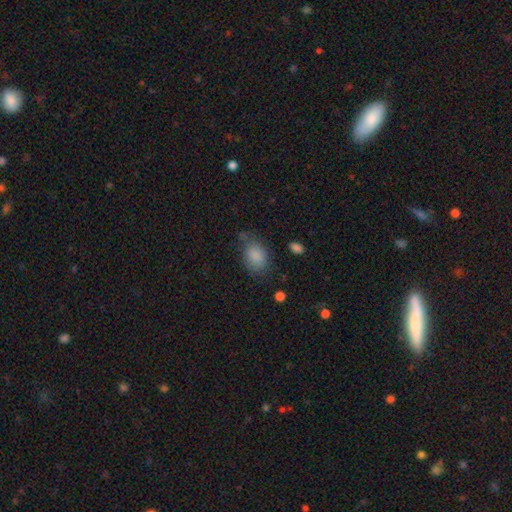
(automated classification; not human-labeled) The model was most divided on "merging": none: 61%, minor disturbance: 25%, major disturbance: 9%, merger: 4%. More confident: smooth or featured — smooth (85%); how rounded — in between (77%).